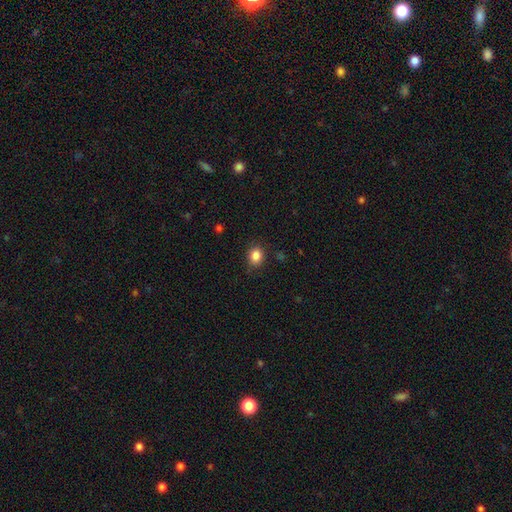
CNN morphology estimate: A smooth galaxy with no disk features (85%) that is round (55%).

Vote fractions:
- Smooth or featured? smooth: 85% / star or artifact: 10% / featured or disk: 4%
- How rounded? round: 55% / in between: 44% / cigar-shaped: 1%
- Merging? none: 84% / minor disturbance: 12% / major disturbance: 3% / merger: 1%